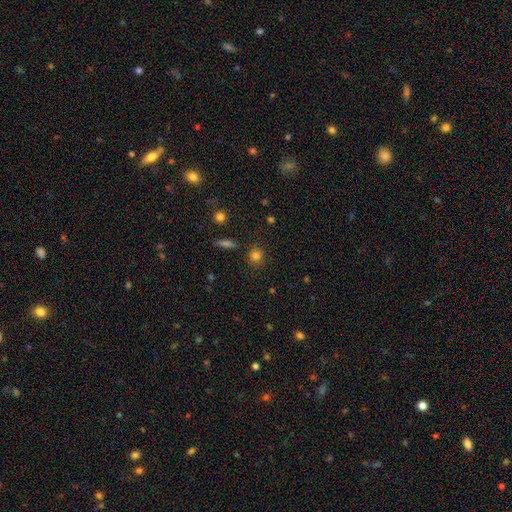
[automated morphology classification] smooth_or_featured: smooth (p=0.81) [alt: star or artifact p=0.13]
how_rounded: round (p=0.86) [alt: in between p=0.13]
merging: none (p=0.84) [alt: minor disturbance p=0.10]